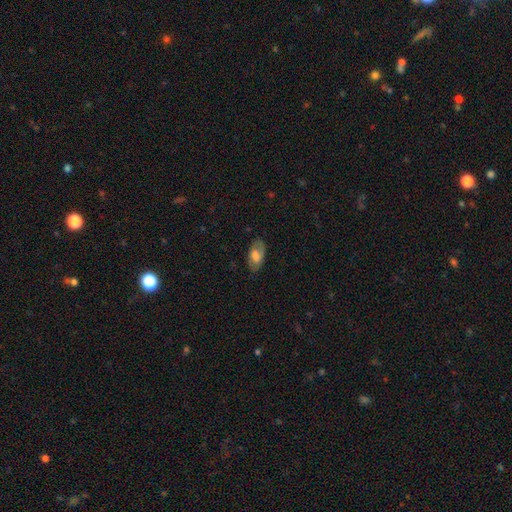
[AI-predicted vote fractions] Smooth or featured? Predicted: smooth (p=0.61). How rounded? Predicted: in between (p=0.92). Merging? Predicted: none (p=0.79).